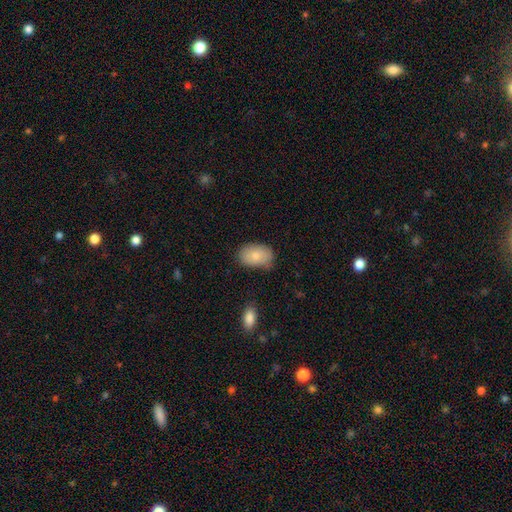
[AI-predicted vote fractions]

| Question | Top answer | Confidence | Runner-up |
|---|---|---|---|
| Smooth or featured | smooth | 83% | featured or disk (11%) |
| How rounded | in between | 89% | round (10%) |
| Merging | none | 72% | minor disturbance (21%) |